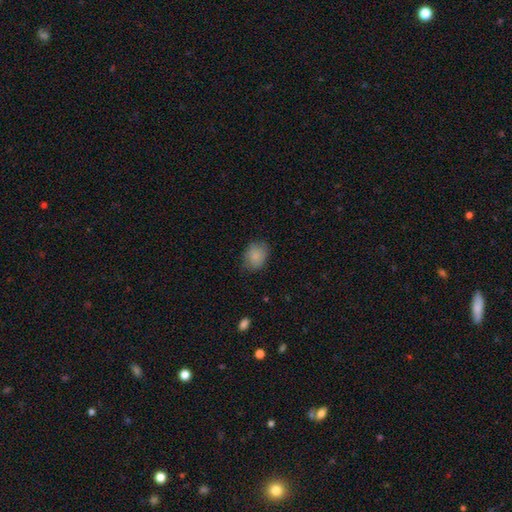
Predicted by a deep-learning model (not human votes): smooth_or_featured: smooth (p=0.86) [alt: star or artifact p=0.08]
how_rounded: in between (p=0.59) [alt: round p=0.40]
merging: none (p=0.75) [alt: minor disturbance p=0.19]